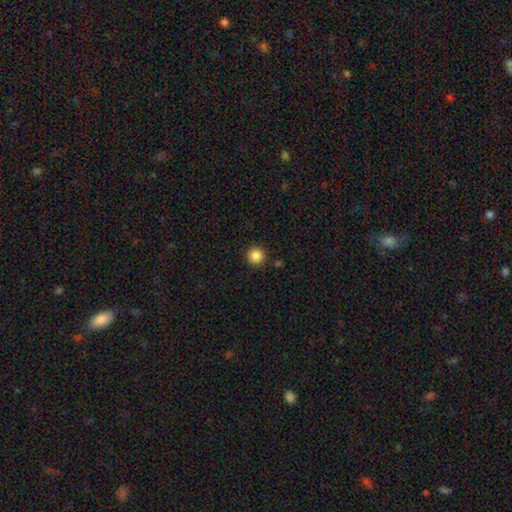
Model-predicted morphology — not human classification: A smooth galaxy with no disk features (87%) that is round (95%).

Vote fractions:
- Smooth or featured? smooth: 87% / star or artifact: 10% / featured or disk: 3%
- How rounded? round: 95% / in between: 4% / cigar-shaped: 1%
- Merging? none: 90% / minor disturbance: 6% / major disturbance: 2% / merger: 2%